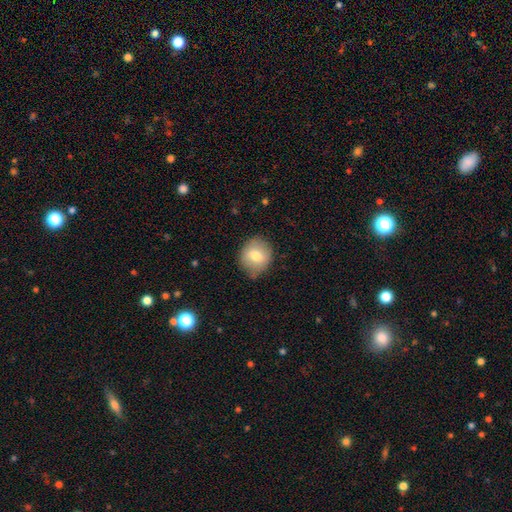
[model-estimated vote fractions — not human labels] Overall: smooth (74%). How rounded: round (74%). Merging: none (76%).